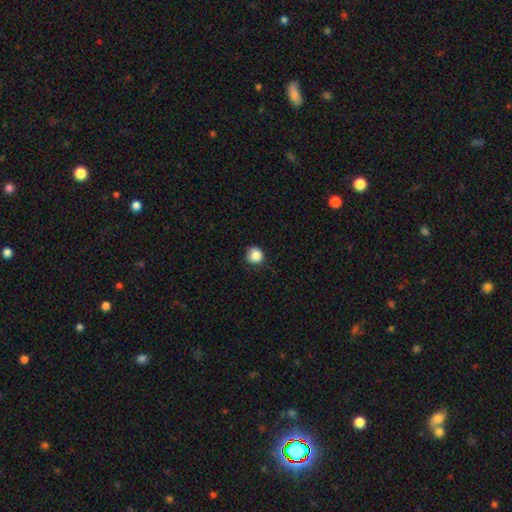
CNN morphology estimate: Smooth or featured: smooth — 85% (star or artifact — 10%)
How rounded: round — 91% (in between — 8%)
Merging: none — 79% (minor disturbance — 17%)